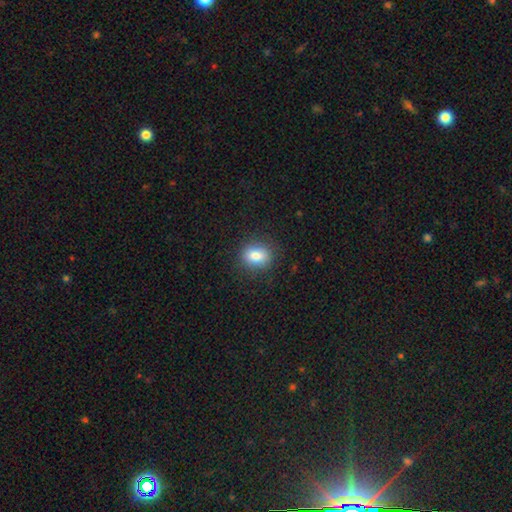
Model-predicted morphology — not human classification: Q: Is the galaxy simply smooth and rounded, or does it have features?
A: smooth — 84%.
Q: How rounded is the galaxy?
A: in between — 52%.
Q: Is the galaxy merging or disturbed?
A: none — 85%.